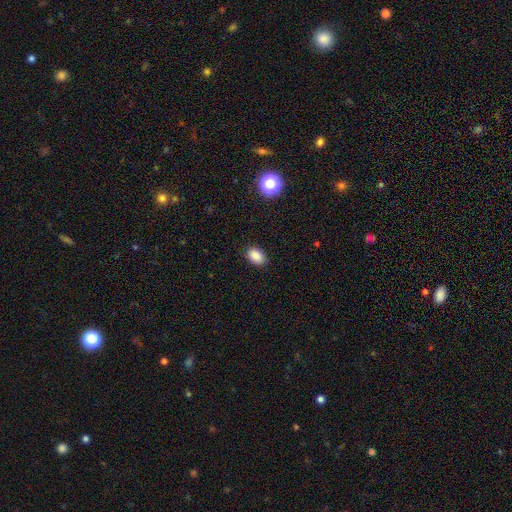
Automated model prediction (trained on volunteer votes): The model was most divided on "how rounded": in between: 84%, round: 15%, cigar-shaped: 1%. More confident: merging — none (88%); smooth or featured — smooth (87%).